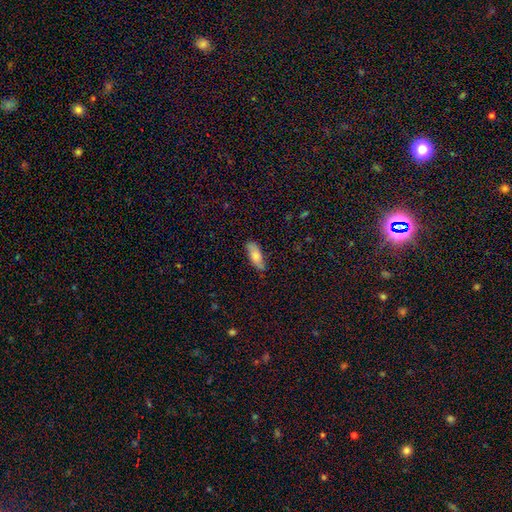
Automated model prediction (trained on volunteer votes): Smooth or featured?
  - smooth: 76% *
  - featured or disk: 17%
  - star or artifact: 6%
How rounded?
  - in between: 71% *
  - cigar-shaped: 26%
  - round: 2%
Merging?
  - none: 77% *
  - minor disturbance: 18%
  - major disturbance: 3%
  - merger: 1%